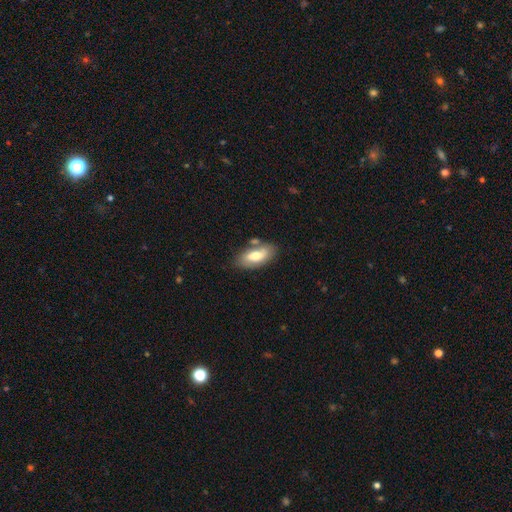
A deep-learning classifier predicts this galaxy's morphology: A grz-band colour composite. It shows a smooth galaxy with no disk features (67%) that is in between round and cigar-shaped (88%). Merging: none (69%).